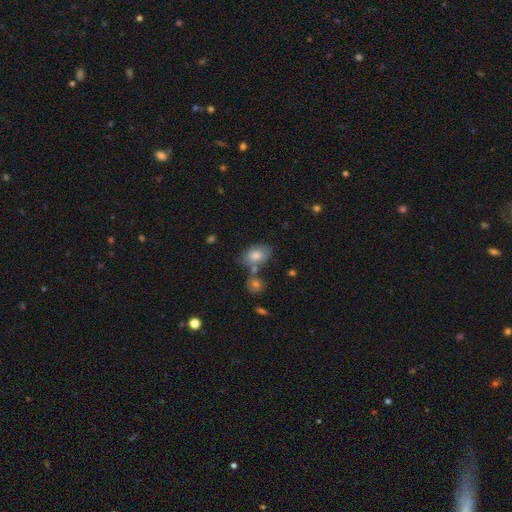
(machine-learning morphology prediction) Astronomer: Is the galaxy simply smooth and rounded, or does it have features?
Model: smooth — 80%.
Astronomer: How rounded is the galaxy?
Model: in between — 87%.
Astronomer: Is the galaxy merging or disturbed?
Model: none — 56%.